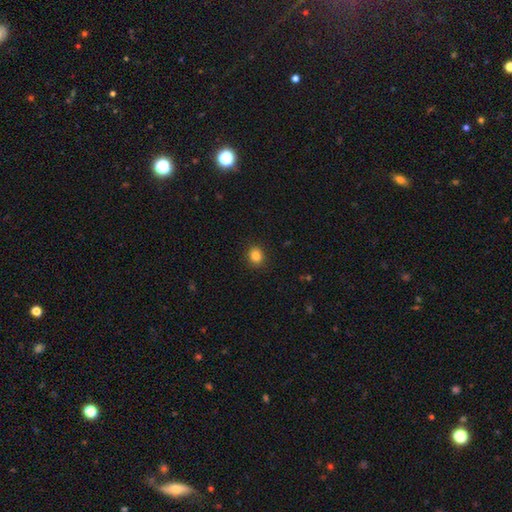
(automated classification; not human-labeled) A smooth galaxy with no disk features (84%) that is round (72%). Merging: none (90%).